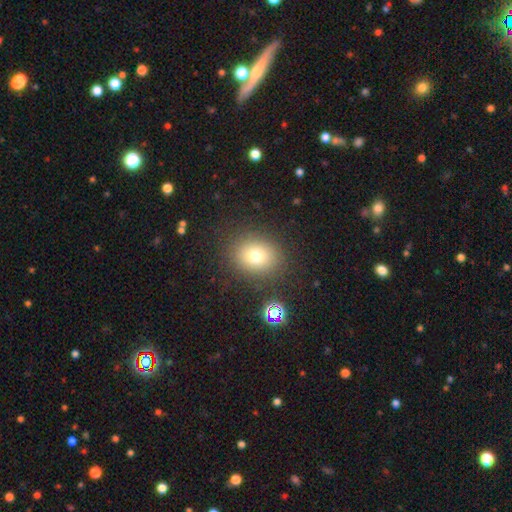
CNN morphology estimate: Smooth or featured?
  - smooth: 73% *
  - star or artifact: 15%
  - featured or disk: 11%
How rounded?
  - round: 60% *
  - in between: 39%
  - cigar-shaped: 1%
Merging?
  - none: 84% *
  - minor disturbance: 9%
  - major disturbance: 4%
  - merger: 3%